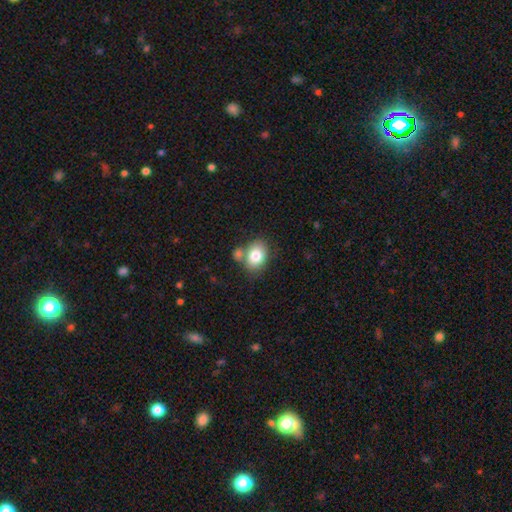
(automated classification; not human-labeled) A smooth galaxy with no disk features (80%) that is in between round and cigar-shaped (66%). Merging: none (58%).